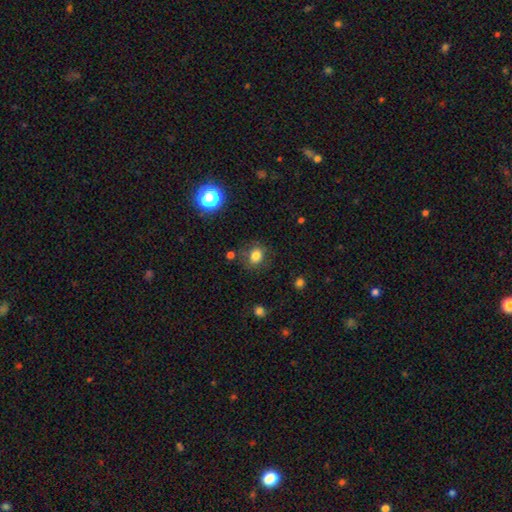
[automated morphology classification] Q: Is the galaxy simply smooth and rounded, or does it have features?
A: smooth — 78%.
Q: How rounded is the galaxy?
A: round — 59%.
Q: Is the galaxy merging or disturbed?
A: none — 75%.